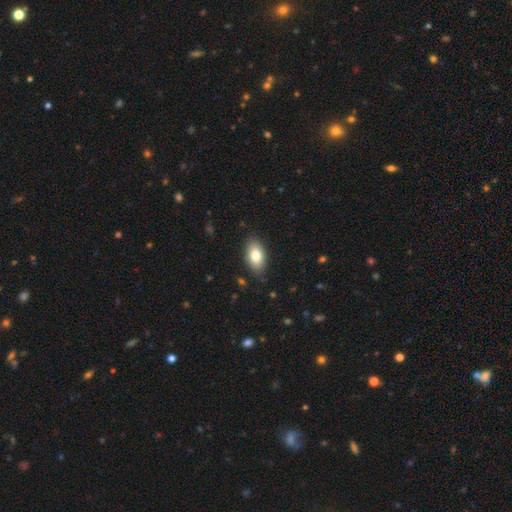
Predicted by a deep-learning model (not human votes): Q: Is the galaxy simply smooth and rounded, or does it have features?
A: smooth — 81%.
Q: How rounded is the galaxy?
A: in between — 92%.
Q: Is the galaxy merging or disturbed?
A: none — 86%.